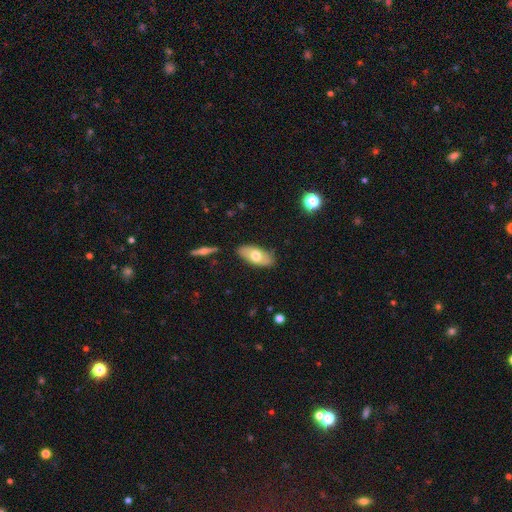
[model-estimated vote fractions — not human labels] The model was most divided on "smooth or featured": smooth: 65%, featured or disk: 28%, star or artifact: 7%. More confident: how rounded — in between (87%); merging — none (84%).